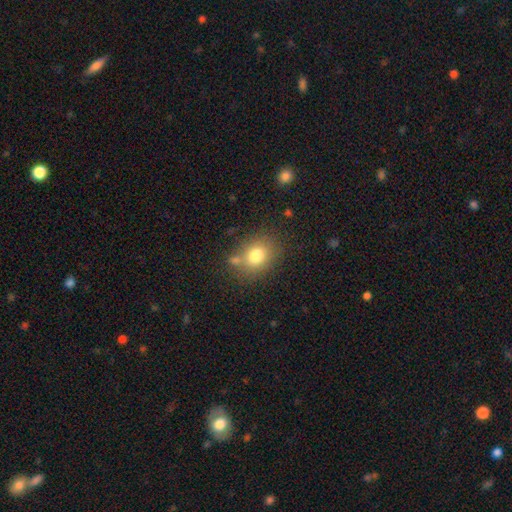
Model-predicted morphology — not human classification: This appears to be a smooth galaxy with no disk features (77%) that is round (58%). Merging: none (70%).